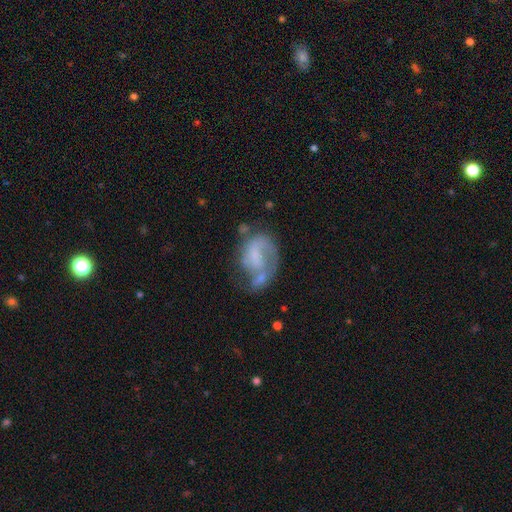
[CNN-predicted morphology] This is likely a featured or disk galaxy (62%). It is clearly not viewed edge-on (97%). Bar: possibly no (56%). Spiral arm pattern: likely yes (70%). Central bulge: marginally none (43%). Merging: marginally none (33%).